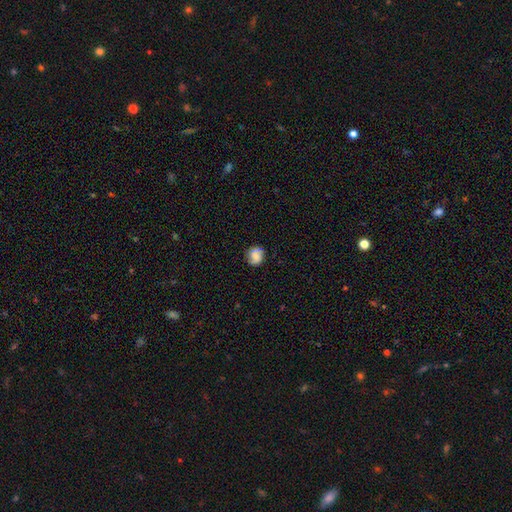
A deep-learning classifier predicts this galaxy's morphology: Smooth or featured? smooth (52%)
How rounded? round (74%)
Merging? none (79%)